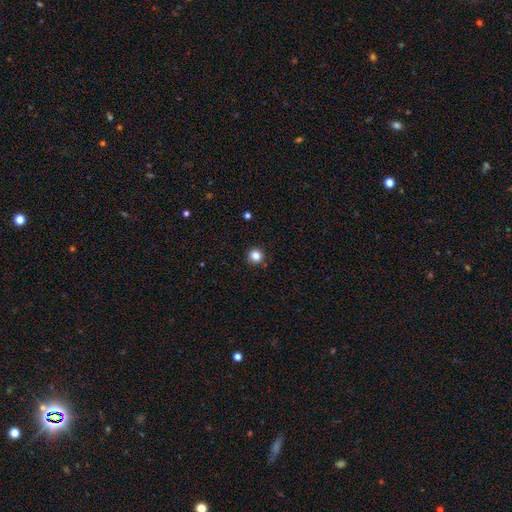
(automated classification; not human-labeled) Smooth or featured? Predicted: smooth (p=0.85). How rounded? Predicted: round (p=0.94). Merging? Predicted: none (p=0.91).